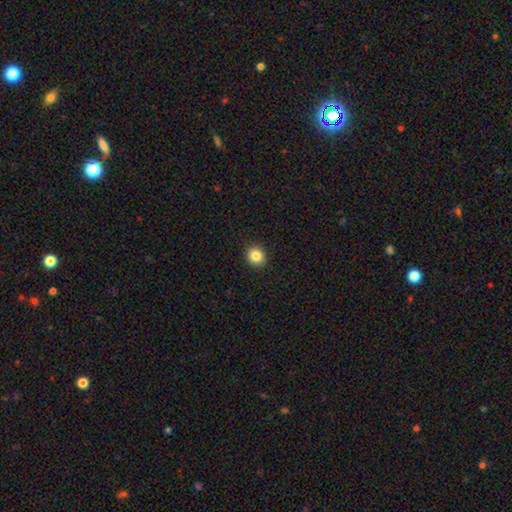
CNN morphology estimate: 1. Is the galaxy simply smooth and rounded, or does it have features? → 85% smooth, 10% star or artifact, 5% featured or disk.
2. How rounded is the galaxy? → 86% round, 13% in between, 1% cigar-shaped.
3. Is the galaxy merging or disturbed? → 92% none, 5% minor disturbance, 2% major disturbance, 1% merger.